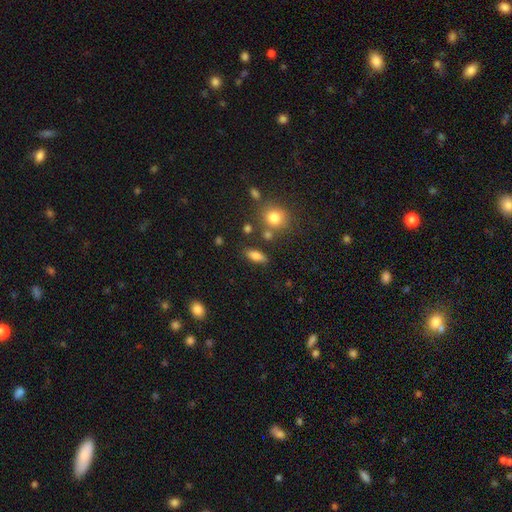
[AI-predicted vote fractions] Smooth or featured? Predicted: smooth (p=0.78). How rounded? Predicted: in between (p=0.73). Merging? Predicted: none (p=0.79).